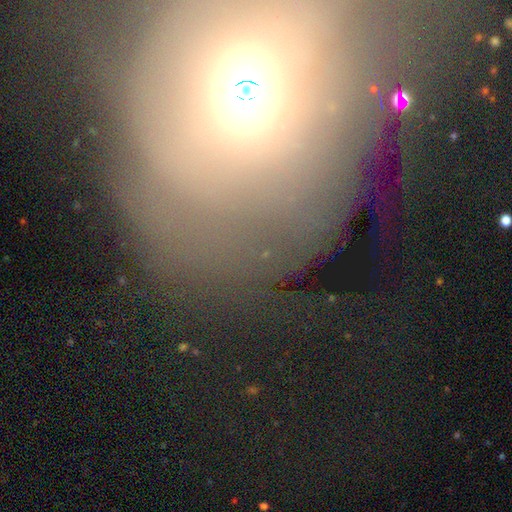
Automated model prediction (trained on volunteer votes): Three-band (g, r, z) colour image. It shows a star or artifact, not a galaxy (40%).